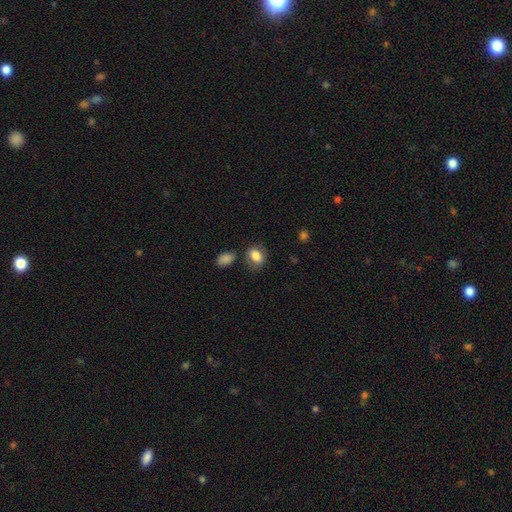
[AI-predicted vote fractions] This is clearly a smooth galaxy (83%). How rounded: likely in between (69%). Merging: likely none (70%).